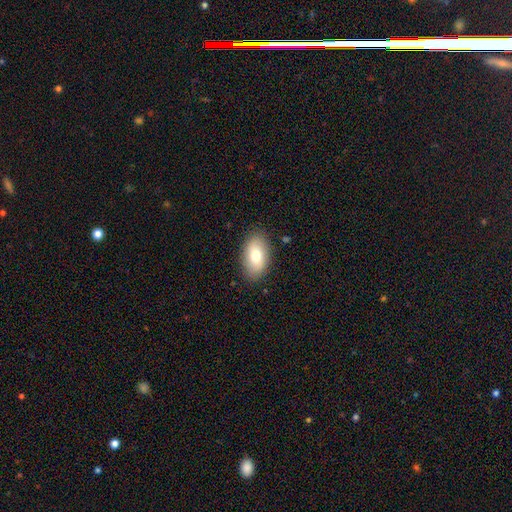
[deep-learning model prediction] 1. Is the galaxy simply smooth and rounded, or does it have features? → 76% smooth, 17% featured or disk, 7% star or artifact.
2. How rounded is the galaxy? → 93% in between, 6% round, 2% cigar-shaped.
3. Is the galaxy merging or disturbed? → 86% none, 10% minor disturbance, 3% major disturbance, 1% merger.